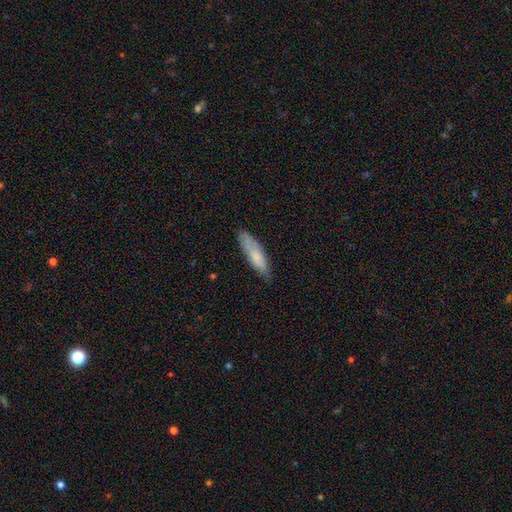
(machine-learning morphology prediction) A smooth galaxy with no disk features (75%) that is cigar-shaped (63%).

Vote fractions:
- Smooth or featured? smooth: 75% / featured or disk: 19% / star or artifact: 6%
- How rounded? cigar-shaped: 63% / in between: 35% / round: 1%
- Merging? none: 73% / minor disturbance: 22% / major disturbance: 4% / merger: 1%